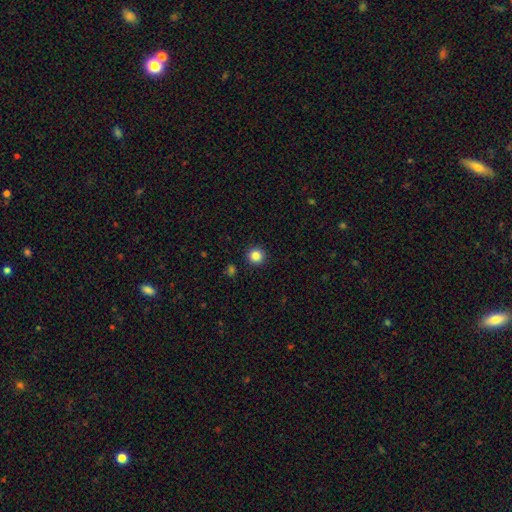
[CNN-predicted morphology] smooth_or_featured: smooth (p=0.85) [alt: star or artifact p=0.11]
how_rounded: round (p=0.95) [alt: in between p=0.04]
merging: none (p=0.93) [alt: minor disturbance p=0.04]